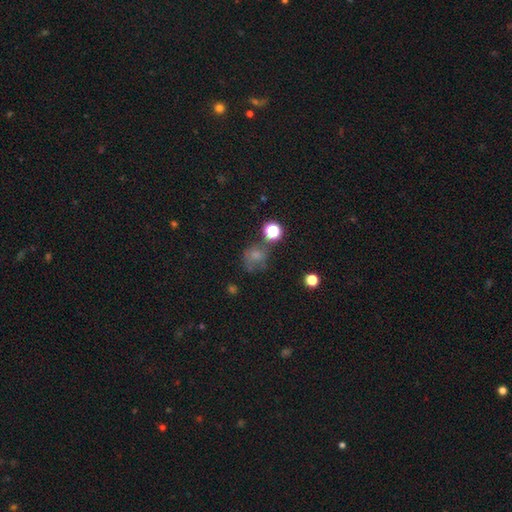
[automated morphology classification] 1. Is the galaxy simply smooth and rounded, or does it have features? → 65% smooth, 22% star or artifact, 14% featured or disk.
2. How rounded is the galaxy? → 77% round, 22% in between, 1% cigar-shaped.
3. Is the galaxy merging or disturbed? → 50% none, 22% minor disturbance, 16% major disturbance, 11% merger.